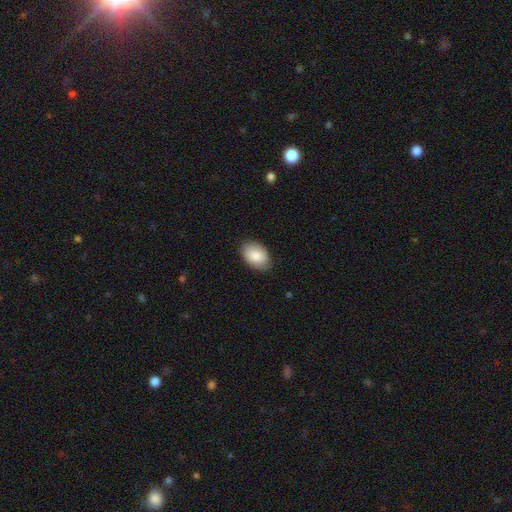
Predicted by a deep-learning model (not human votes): smooth 85%, featured or disk 9%, star or artifact 6%. Down the decision tree: how rounded — in between (88%); merging — none (84%).